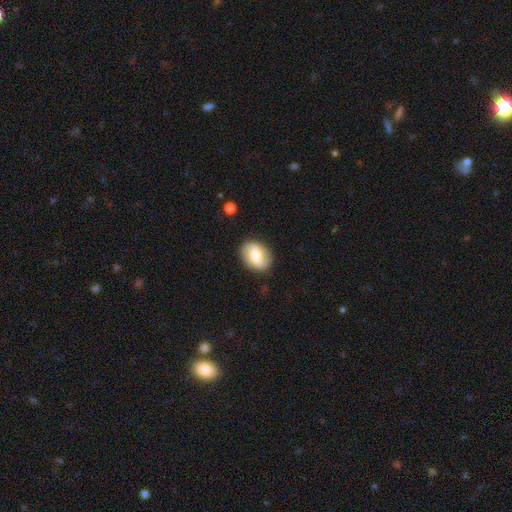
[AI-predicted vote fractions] Smooth or featured? Predicted: smooth (p=0.52). How rounded? Predicted: in between (p=0.66). Merging? Predicted: none (p=0.86).